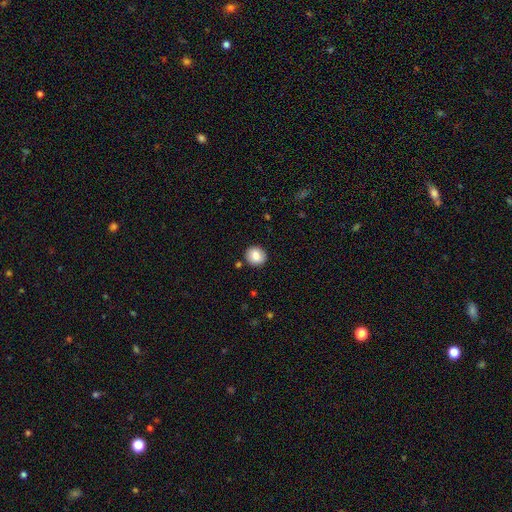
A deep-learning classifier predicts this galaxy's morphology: A smooth galaxy with no disk features (83%) that is round (88%). Merging: none (89%).